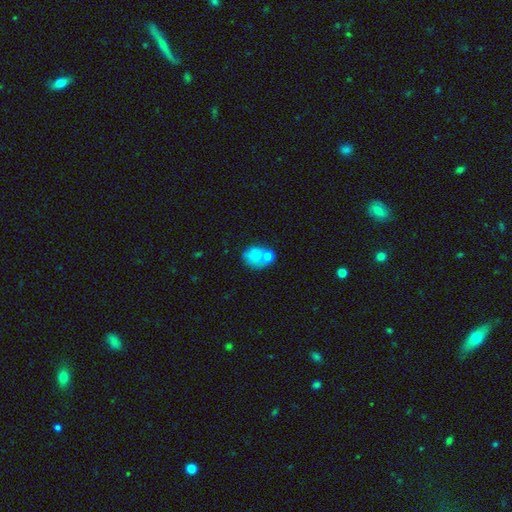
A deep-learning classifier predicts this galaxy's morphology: smooth_or_featured: smooth (p=0.72) [alt: featured or disk p=0.19]
how_rounded: round (p=0.60) [alt: in between p=0.39]
merging: merger (p=0.38) [alt: none p=0.37]